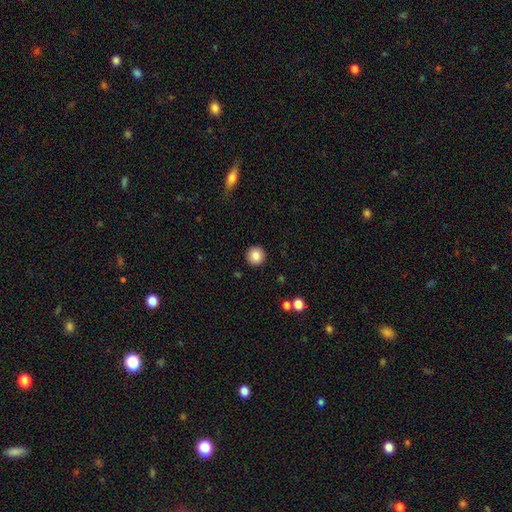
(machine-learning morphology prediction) smooth_or_featured: smooth (p=0.85) [alt: star or artifact p=0.09]
how_rounded: round (p=0.95) [alt: in between p=0.04]
merging: none (p=0.92) [alt: minor disturbance p=0.05]